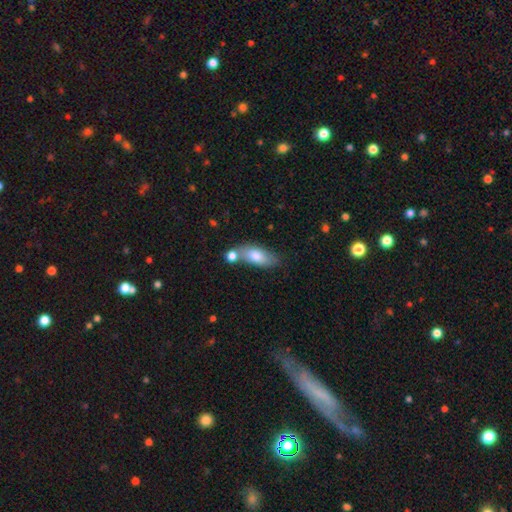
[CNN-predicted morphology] A smooth galaxy with no disk features (75%) that is in between round and cigar-shaped (78%).

Vote fractions:
- Smooth or featured? smooth: 75% / featured or disk: 18% / star or artifact: 7%
- How rounded? in between: 78% / cigar-shaped: 18% / round: 4%
- Merging? none: 53% / merger: 26% / minor disturbance: 16% / major disturbance: 5%